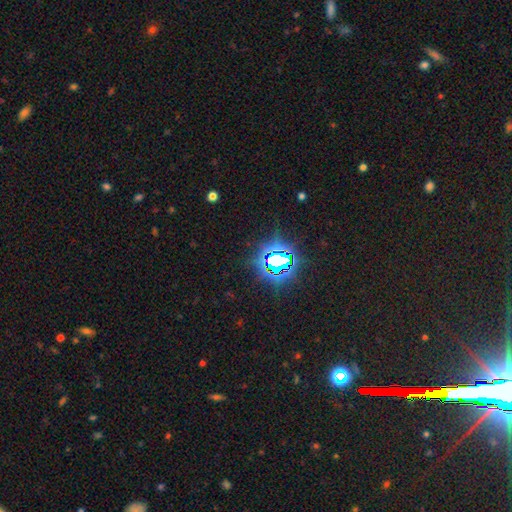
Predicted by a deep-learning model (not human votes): star or artifact 83%, smooth 10%, featured or disk 7%.